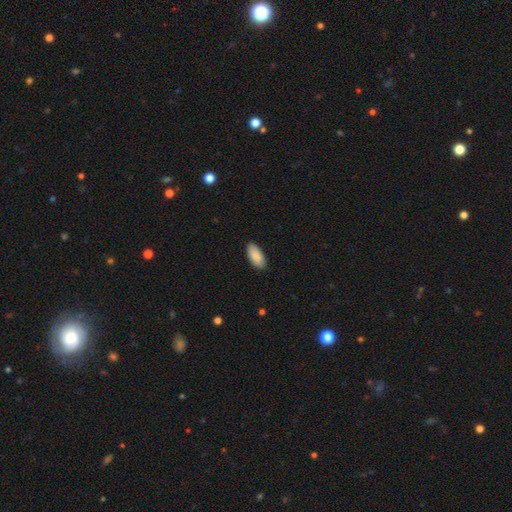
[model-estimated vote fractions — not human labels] Morphology: type=smooth (89%); roundness=in between (90%); merging=none (87%).